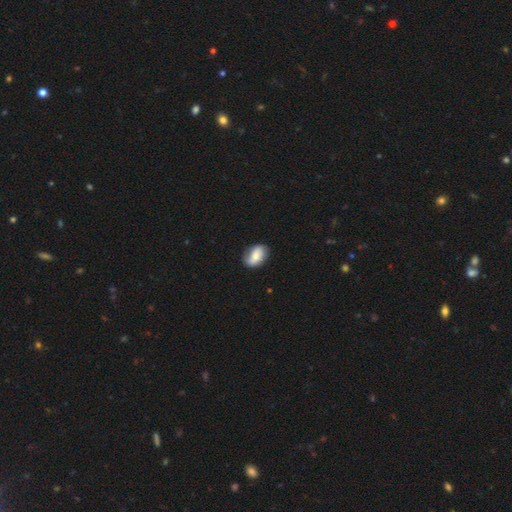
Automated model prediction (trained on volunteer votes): Smooth or featured? smooth (55%)
How rounded? in between (83%)
Merging? none (75%)